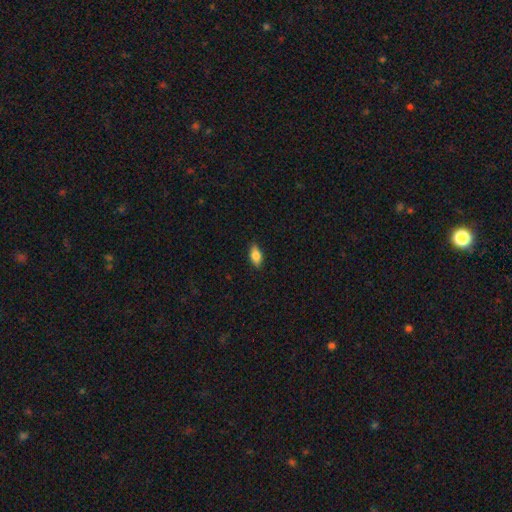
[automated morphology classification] Smooth or featured: smooth — 80% (featured or disk — 13%)
How rounded: in between — 87% (cigar-shaped — 9%)
Merging: none — 85% (minor disturbance — 12%)